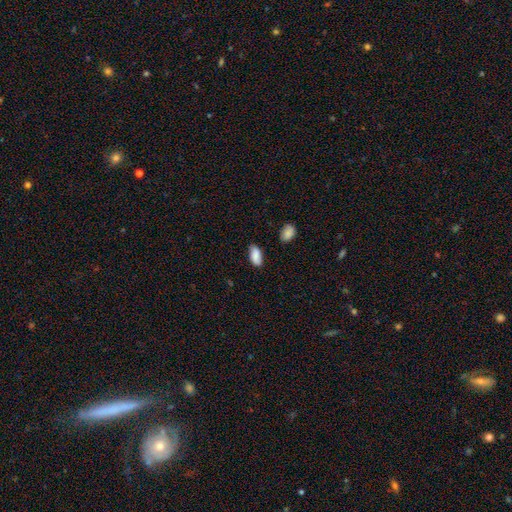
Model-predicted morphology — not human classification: Smooth or featured? Predicted: smooth (p=0.86). How rounded? Predicted: in between (p=0.92). Merging? Predicted: none (p=0.77).